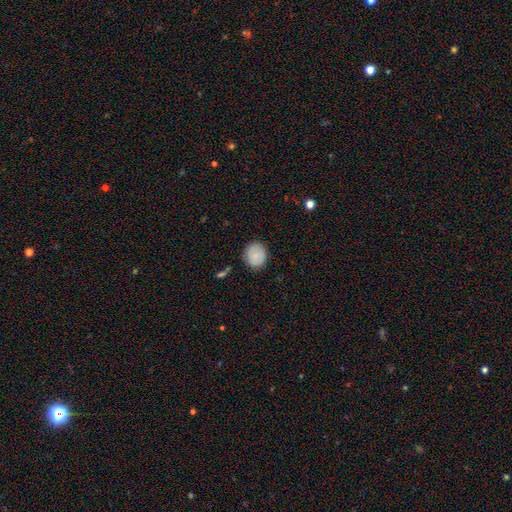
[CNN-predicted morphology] This appears to be a smooth galaxy with no disk features (85%) that is round (83%). Merging: none (87%).